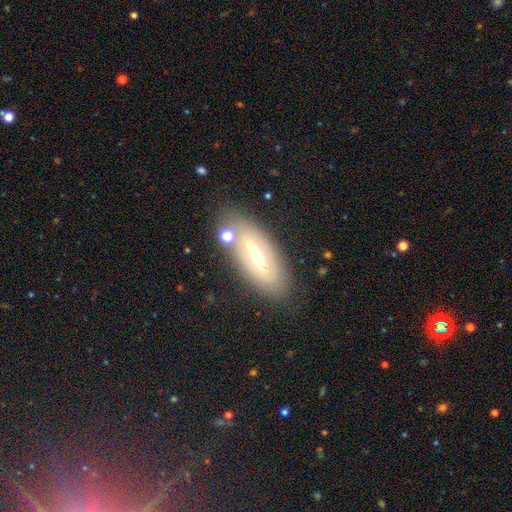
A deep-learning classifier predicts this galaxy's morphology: Smooth or featured?
  - featured or disk: 64% *
  - smooth: 27%
  - star or artifact: 8%
Edge-on disk?
  - no: 72% *
  - yes: 28%
Merging?
  - none: 75% *
  - minor disturbance: 13%
  - merger: 6%
  - major disturbance: 5%